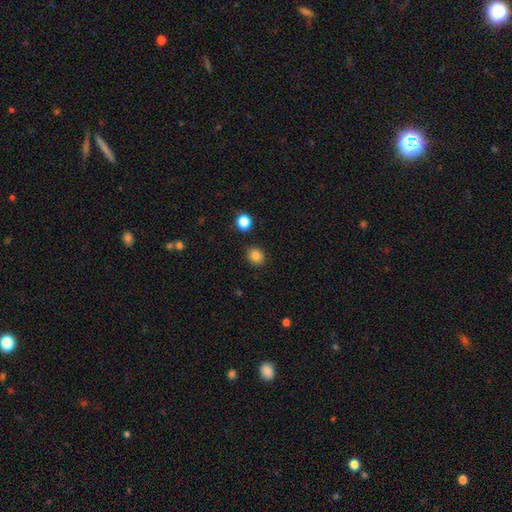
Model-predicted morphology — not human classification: A smooth galaxy with no disk features (85%) that is round (78%).

Vote fractions:
- Smooth or featured? smooth: 85% / star or artifact: 11% / featured or disk: 4%
- How rounded? round: 78% / in between: 21% / cigar-shaped: 1%
- Merging? none: 90% / minor disturbance: 6% / merger: 2% / major disturbance: 2%